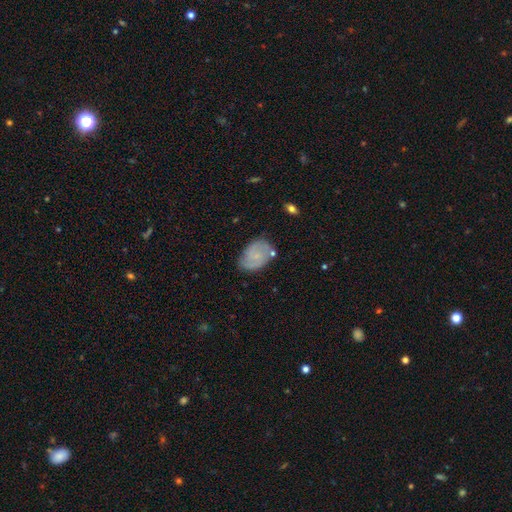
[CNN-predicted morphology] Smooth or featured? featured or disk (54%)
Edge-on disk? no (97%)
Bar? no (59%)
Spiral arms? yes (86%)
Bulge size? small (54%)
Merging? none (70%)